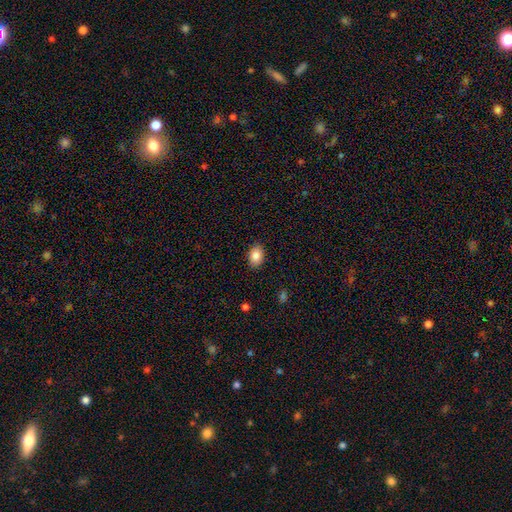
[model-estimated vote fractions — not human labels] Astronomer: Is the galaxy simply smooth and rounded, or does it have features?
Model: smooth — 87%.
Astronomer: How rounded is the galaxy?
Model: in between — 78%.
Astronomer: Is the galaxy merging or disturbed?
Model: none — 89%.